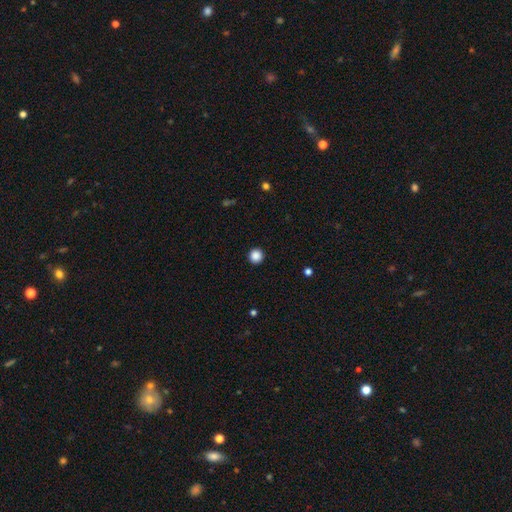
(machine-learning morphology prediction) This appears to be a smooth galaxy with no disk features (87%) that is round (96%). Merging: none (94%).